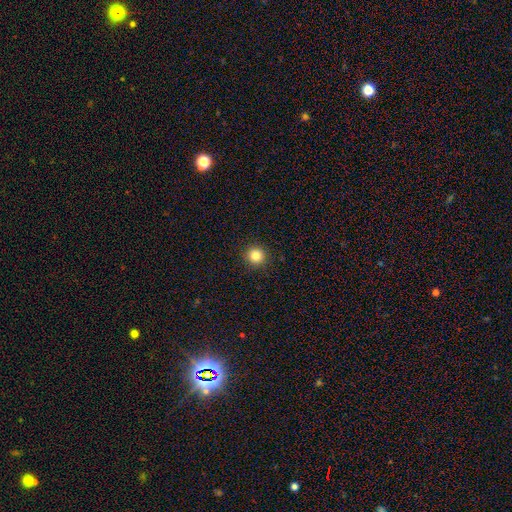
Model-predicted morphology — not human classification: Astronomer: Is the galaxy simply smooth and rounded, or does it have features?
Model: smooth — 83%.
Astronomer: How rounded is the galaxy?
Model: round — 95%.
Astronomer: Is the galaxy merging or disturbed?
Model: none — 92%.